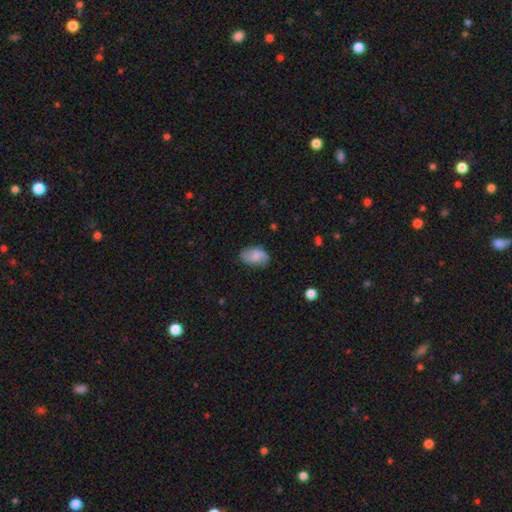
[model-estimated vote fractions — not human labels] smooth-or-featured: smooth: 58% | featured or disk: 34% | star or artifact: 8%
  how-rounded: in between: 90% | round: 9% | cigar-shaped: 2%
  merging: none: 75% | minor disturbance: 19% | major disturbance: 5% | merger: 1%